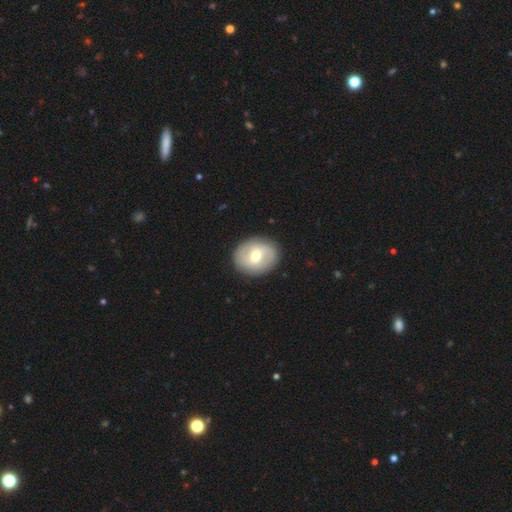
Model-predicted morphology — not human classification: smooth_or_featured: featured or disk (p=0.47) [tied with: smooth p=0.47]
merging: none (p=0.88) [alt: minor disturbance p=0.08]